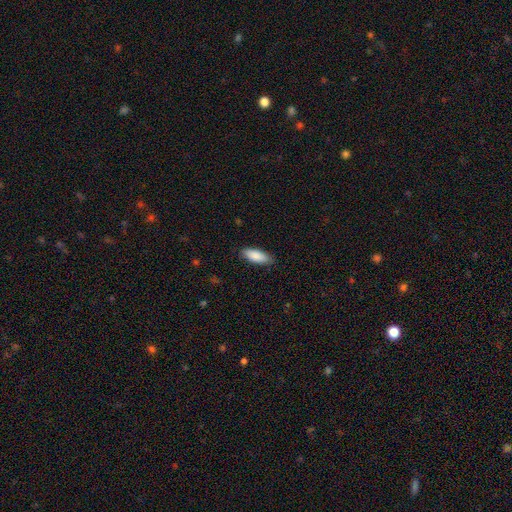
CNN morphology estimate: The model was most divided on "how rounded": in between: 73%, cigar-shaped: 25%, round: 2%. More confident: smooth or featured — smooth (88%); merging — none (87%).